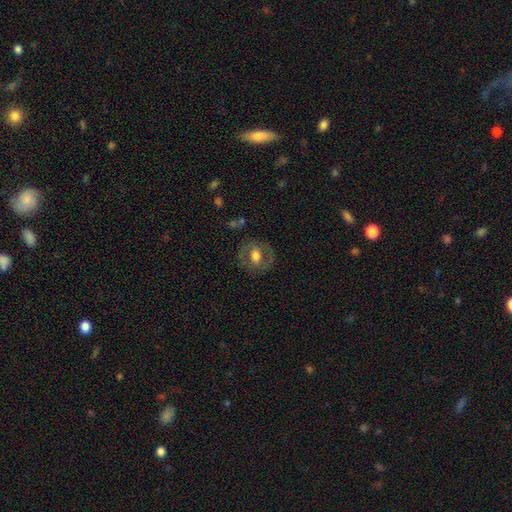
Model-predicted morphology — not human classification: Smooth or featured: featured or disk — 51% (smooth — 41%)
Edge-on disk: no — 94% (yes — 6%)
Merging: none — 77% (minor disturbance — 14%)